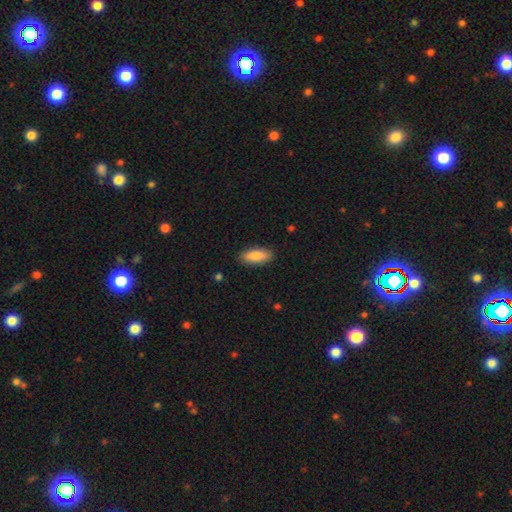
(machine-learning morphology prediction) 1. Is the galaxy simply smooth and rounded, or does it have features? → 86% smooth, 8% featured or disk, 6% star or artifact.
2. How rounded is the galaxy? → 77% in between, 21% cigar-shaped, 2% round.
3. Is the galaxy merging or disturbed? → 88% none, 9% minor disturbance, 2% major disturbance, 1% merger.